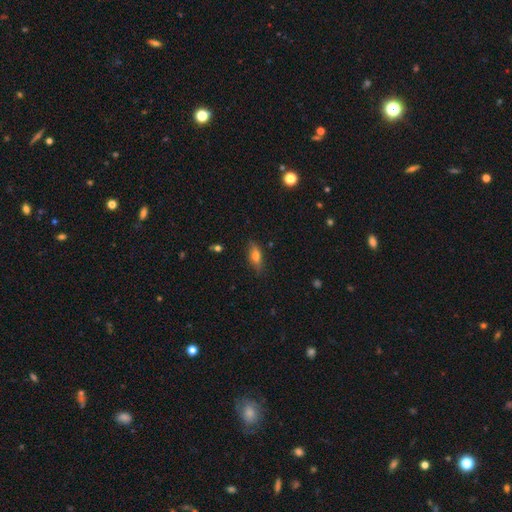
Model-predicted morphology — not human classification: smooth 61%, featured or disk 30%, star or artifact 9%. Down the decision tree: how rounded — in between (62%); merging — none (81%).